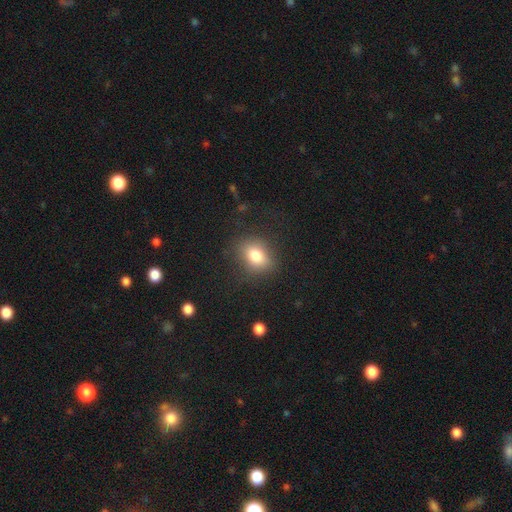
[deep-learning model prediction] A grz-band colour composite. It shows a smooth galaxy with no disk features (80%) that is in between round and cigar-shaped (65%). Merging: none (80%).